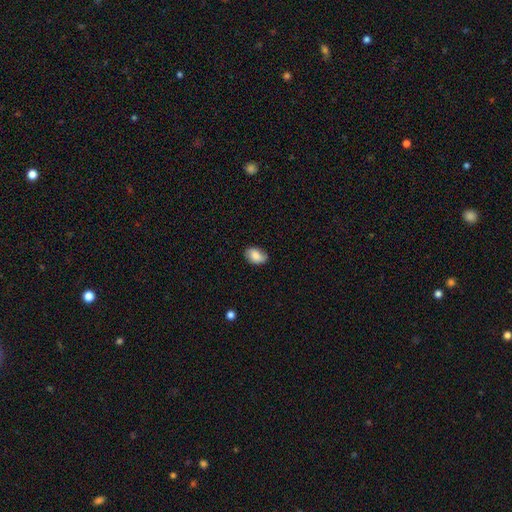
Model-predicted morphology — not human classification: type=smooth (79%); roundness=in between (83%); merging=none (79%).